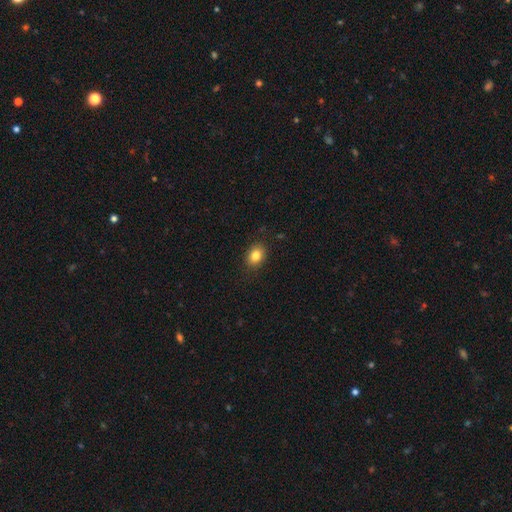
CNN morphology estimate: This appears to be a smooth galaxy with no disk features (83%) that is in between round and cigar-shaped (65%). Merging: none (87%).